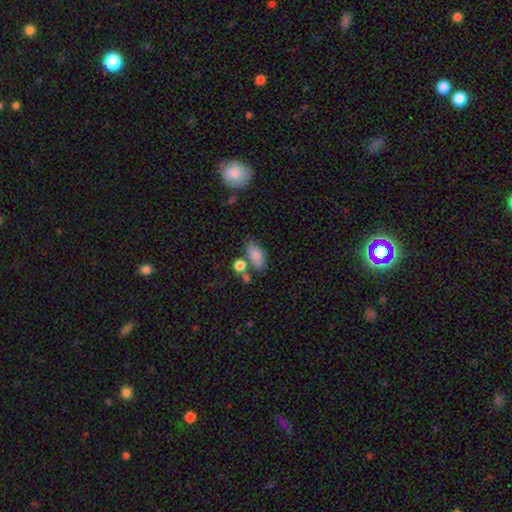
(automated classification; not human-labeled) Overall: smooth (83%). How rounded: in between (88%). Merging: none (57%; merger 20%).